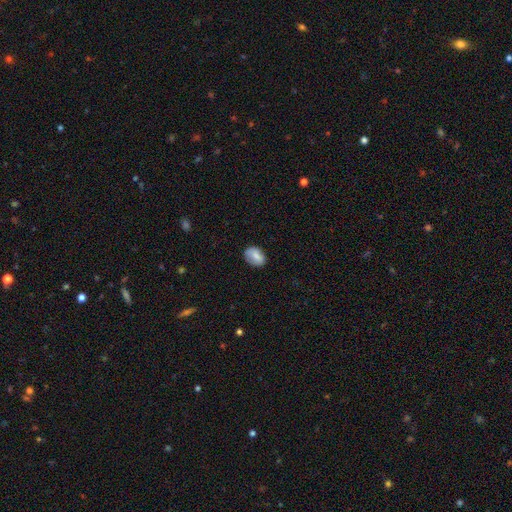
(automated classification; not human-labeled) smooth-or-featured: smooth: 76% | featured or disk: 17% | star or artifact: 8%
  how-rounded: in between: 76% | round: 23% | cigar-shaped: 1%
  merging: none: 76% | minor disturbance: 18% | major disturbance: 4% | merger: 1%